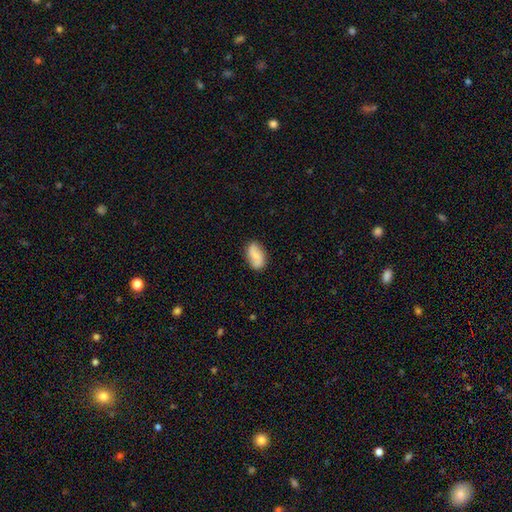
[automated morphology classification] Q: Smooth or featured?
A: smooth (65%); runner-up: featured or disk (27%)
Q: How rounded?
A: in between (91%); runner-up: round (5%)
Q: Merging?
A: none (77%); runner-up: minor disturbance (17%)